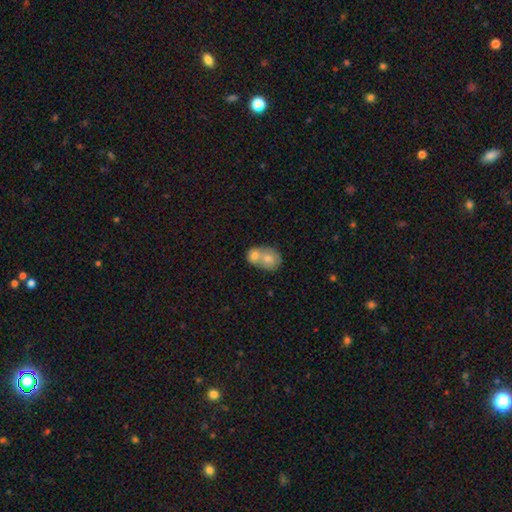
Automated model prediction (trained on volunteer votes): Q: Smooth or featured?
A: smooth (71%); runner-up: featured or disk (21%)
Q: How rounded?
A: round (55%); runner-up: in between (44%)
Q: Merging?
A: merger (75%); runner-up: none (17%)